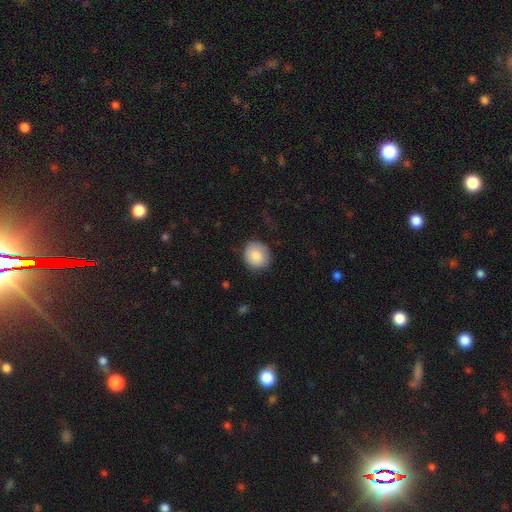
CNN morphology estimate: Q: Smooth or featured?
A: smooth (85%); runner-up: featured or disk (7%)
Q: How rounded?
A: round (84%); runner-up: in between (15%)
Q: Merging?
A: none (83%); runner-up: minor disturbance (13%)